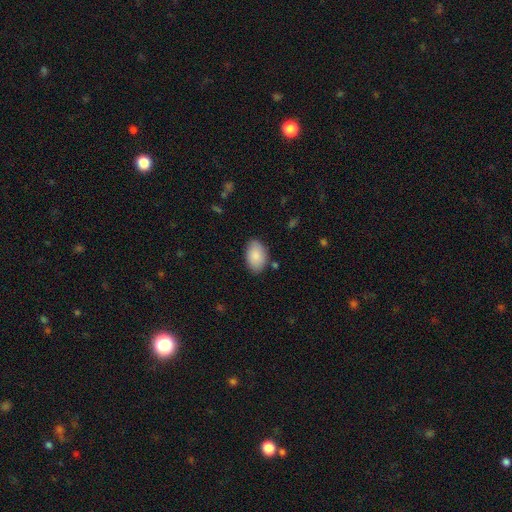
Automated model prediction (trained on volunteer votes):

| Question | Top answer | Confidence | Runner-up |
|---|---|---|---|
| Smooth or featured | smooth | 87% | featured or disk (7%) |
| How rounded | in between | 92% | round (7%) |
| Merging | none | 82% | minor disturbance (13%) |